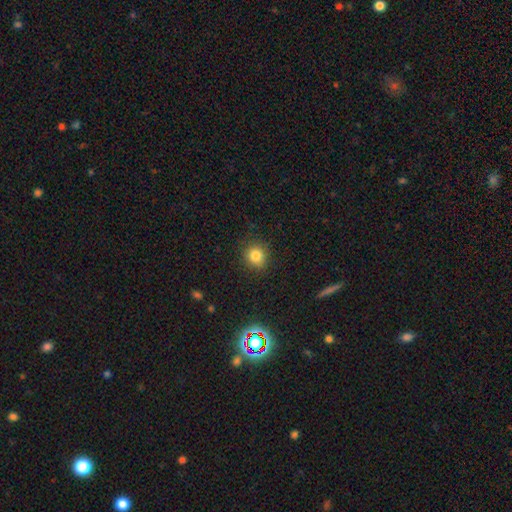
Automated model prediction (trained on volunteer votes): Smooth or featured?
  - smooth: 82% *
  - star or artifact: 13%
  - featured or disk: 6%
How rounded?
  - round: 88% *
  - in between: 11%
  - cigar-shaped: 1%
Merging?
  - none: 88% *
  - minor disturbance: 8%
  - major disturbance: 3%
  - merger: 1%